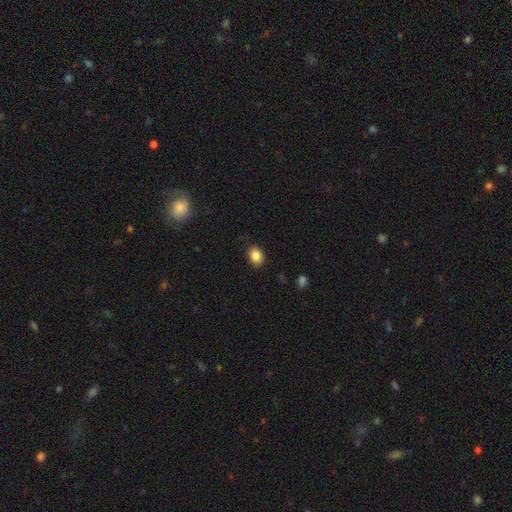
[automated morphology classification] smooth-or-featured: smooth: 86% | star or artifact: 9% | featured or disk: 4%
  how-rounded: in between: 62% | round: 38% | cigar-shaped: 1%
  merging: none: 88% | minor disturbance: 9% | major disturbance: 2% | merger: 1%